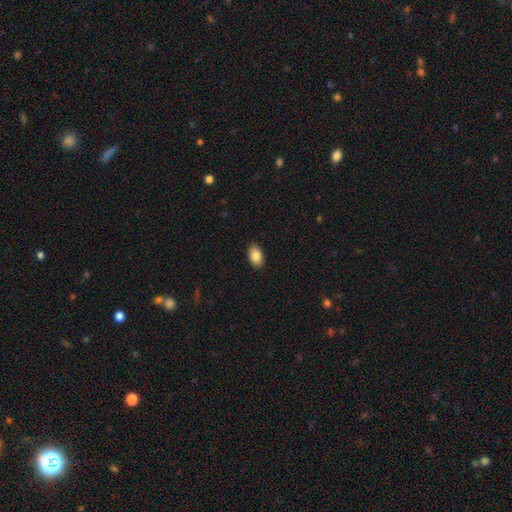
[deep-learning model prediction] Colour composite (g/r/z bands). It shows a smooth galaxy with no disk features (87%) that is in between round and cigar-shaped (92%). Merging: none (90%).